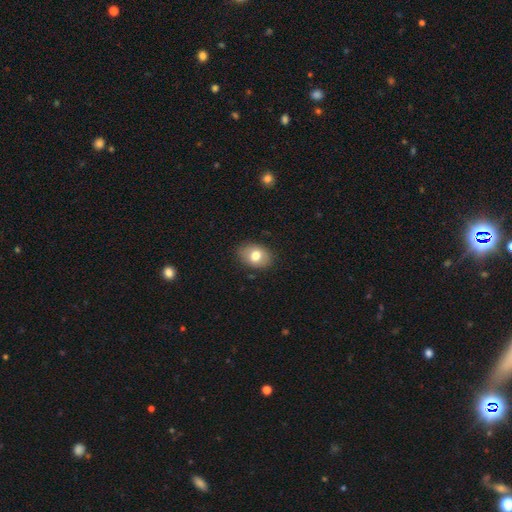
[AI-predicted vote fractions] Q: Smooth or featured?
A: smooth (76%); runner-up: featured or disk (17%)
Q: How rounded?
A: in between (78%); runner-up: round (21%)
Q: Merging?
A: none (85%); runner-up: minor disturbance (11%)